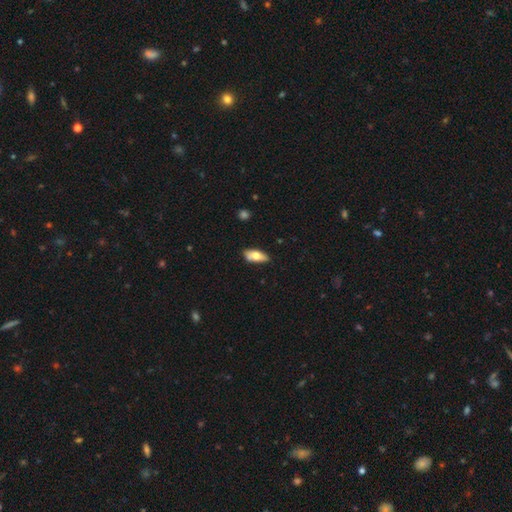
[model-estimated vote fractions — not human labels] smooth-or-featured: smooth: 66% | featured or disk: 28% | star or artifact: 6%
  how-rounded: in between: 82% | cigar-shaped: 15% | round: 3%
  merging: none: 71% | minor disturbance: 22% | major disturbance: 4% | merger: 4%